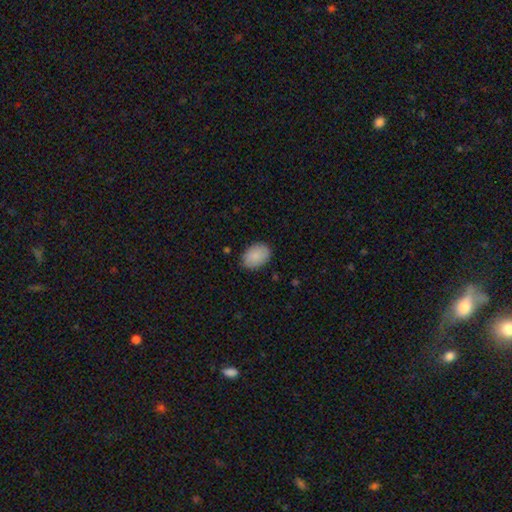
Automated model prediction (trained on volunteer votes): This appears to be a smooth galaxy with no disk features (89%) that is in between round and cigar-shaped (82%). Merging: none (85%).